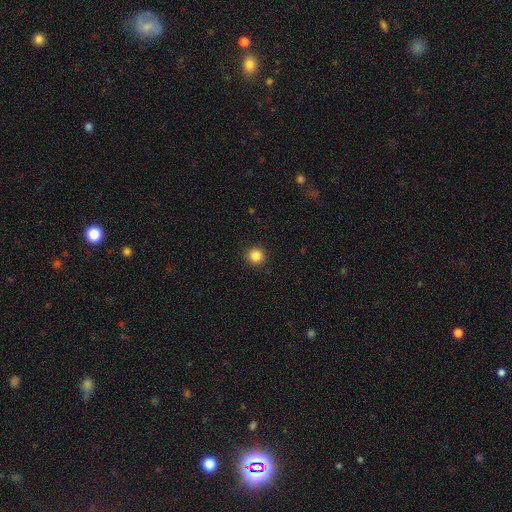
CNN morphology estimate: This is clearly a smooth galaxy (86%). How rounded: clearly round (94%). Merging: clearly none (92%).